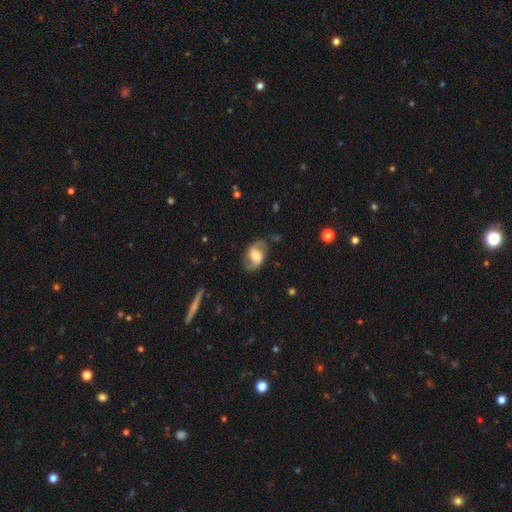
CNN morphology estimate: Smooth or featured?
  - featured or disk: 71% *
  - smooth: 22%
  - star or artifact: 7%
Edge-on disk?
  - no: 97% *
  - yes: 3%
Bar?
  - no: 48% *
  - weak: 39%
  - strong: 13%
Spiral arms?
  - yes: 91% *
  - no: 9%
Spiral winding?
  - loose: 44% *
  - medium: 42%
  - tight: 14%
Spiral arm count?
  - 2: 90% *
  - can't tell: 4%
  - 1: 3%
  - 3: 1%
  - 4: 1%
  - more than 4: 1%
Bulge size?
  - moderate: 54% *
  - large: 21%
  - small: 19%
  - none: 3%
  - dominant: 3%
Merging?
  - none: 72% *
  - minor disturbance: 18%
  - major disturbance: 8%
  - merger: 2%